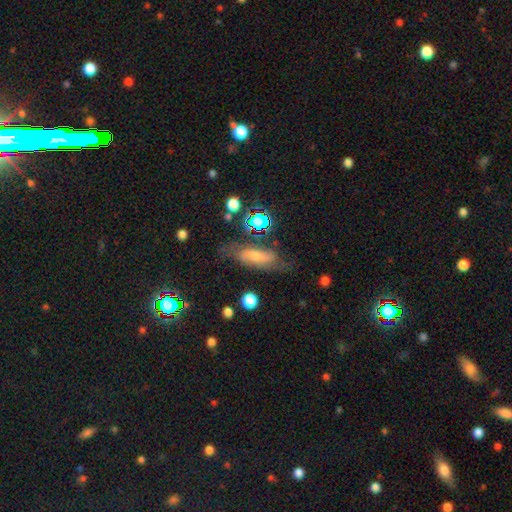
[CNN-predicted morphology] This is possibly a featured or disk galaxy (55%). It is likely not viewed edge-on (74%). Merging: likely none (70%).